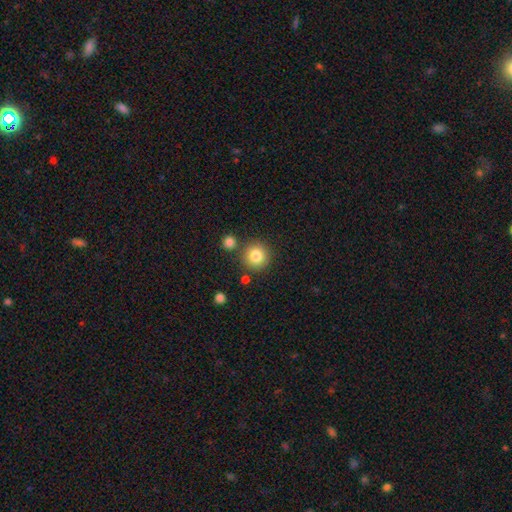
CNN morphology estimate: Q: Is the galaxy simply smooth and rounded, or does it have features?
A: smooth — 82%.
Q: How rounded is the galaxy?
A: round — 94%.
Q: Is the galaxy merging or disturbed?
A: none — 82%.